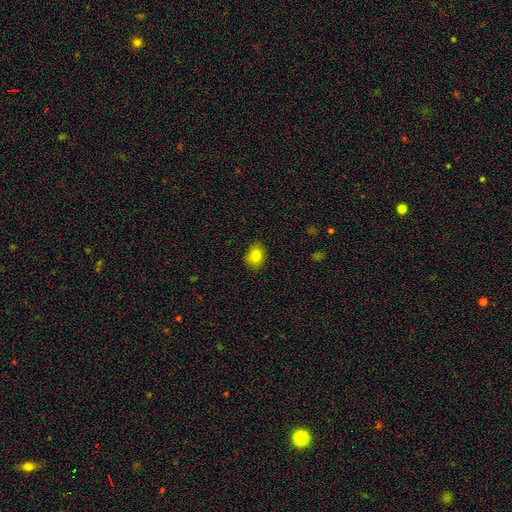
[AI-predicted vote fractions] Smooth or featured? smooth (85%)
How rounded? in between (73%)
Merging? none (82%)